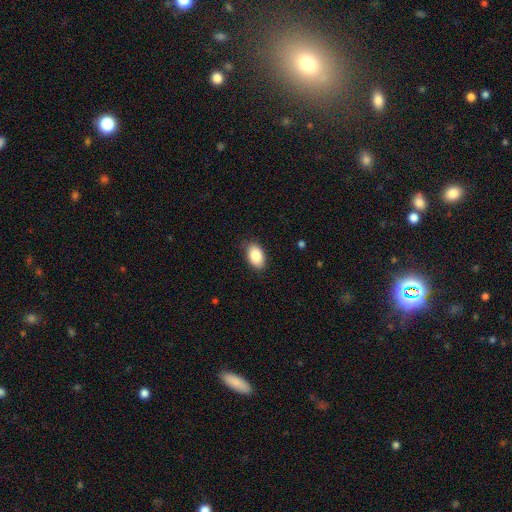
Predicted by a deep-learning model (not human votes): smooth_or_featured: smooth (p=0.87) [alt: star or artifact p=0.07]
how_rounded: in between (p=0.90) [alt: round p=0.09]
merging: none (p=0.83) [alt: minor disturbance p=0.14]